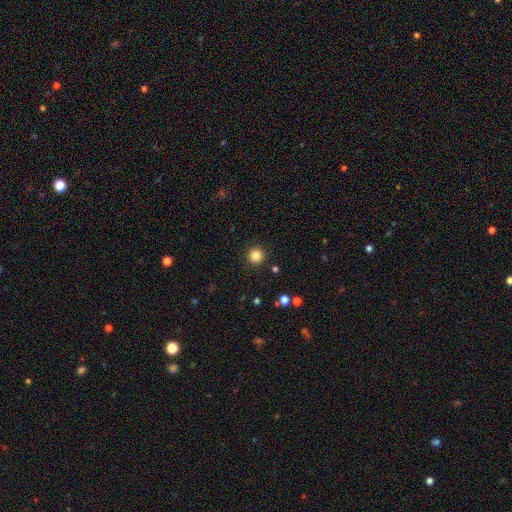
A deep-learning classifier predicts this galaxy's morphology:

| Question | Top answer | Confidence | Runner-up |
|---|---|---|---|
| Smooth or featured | smooth | 84% | star or artifact (12%) |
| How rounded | round | 96% | in between (3%) |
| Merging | none | 92% | minor disturbance (5%) |